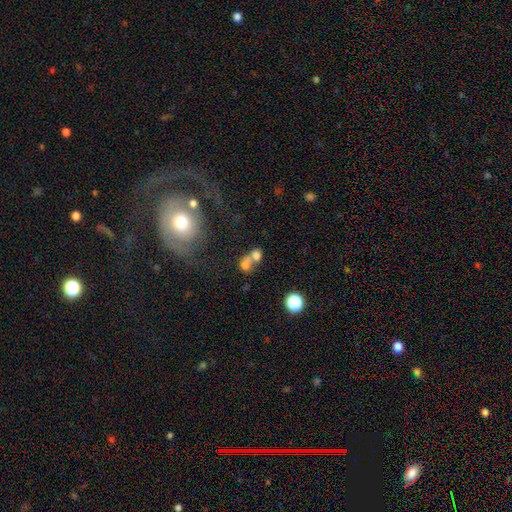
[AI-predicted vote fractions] Smooth or featured?
  - smooth: 68% *
  - featured or disk: 17%
  - star or artifact: 15%
How rounded?
  - round: 53% *
  - in between: 45%
  - cigar-shaped: 2%
Merging?
  - merger: 66% *
  - none: 23%
  - minor disturbance: 6%
  - major disturbance: 5%